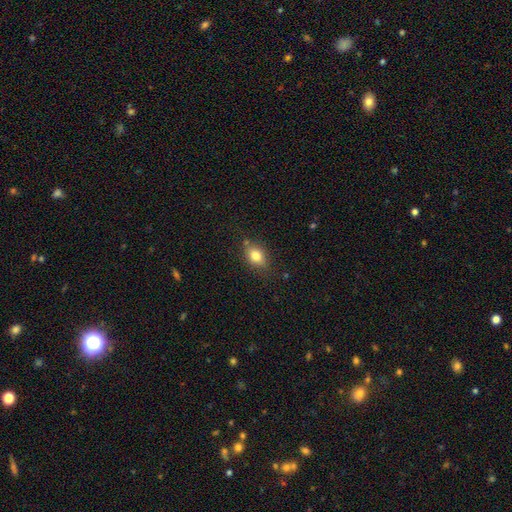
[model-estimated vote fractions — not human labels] smooth 80%, featured or disk 10%, star or artifact 10%. Down the decision tree: how rounded — in between (69%); merging — none (75%).